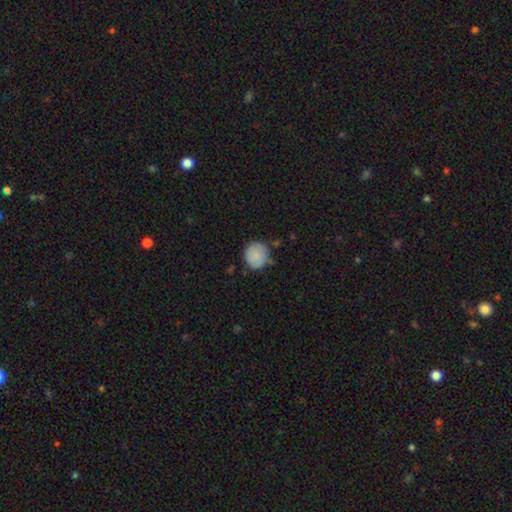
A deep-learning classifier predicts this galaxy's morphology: smooth_or_featured: smooth (p=0.85) [alt: featured or disk p=0.08]
how_rounded: round (p=0.87) [alt: in between p=0.12]
merging: none (p=0.68) [alt: minor disturbance p=0.24]